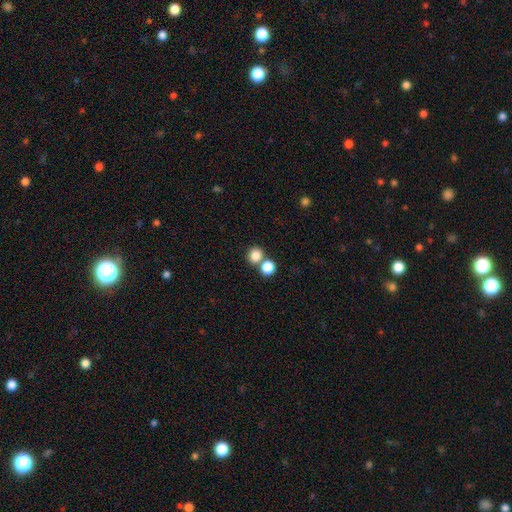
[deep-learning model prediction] Smooth or featured?
  - smooth: 83% *
  - star or artifact: 11%
  - featured or disk: 6%
How rounded?
  - round: 83% *
  - in between: 16%
  - cigar-shaped: 1%
Merging?
  - none: 56% *
  - merger: 35%
  - minor disturbance: 6%
  - major disturbance: 3%